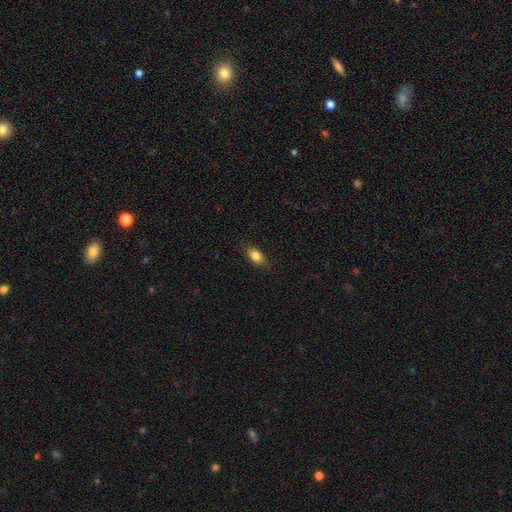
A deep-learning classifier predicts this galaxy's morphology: A smooth galaxy with no disk features (83%) that is in between round and cigar-shaped (86%).

Vote fractions:
- Smooth or featured? smooth: 83% / featured or disk: 9% / star or artifact: 8%
- How rounded? in between: 86% / cigar-shaped: 7% / round: 7%
- Merging? none: 85% / minor disturbance: 12% / major disturbance: 3% / merger: 1%